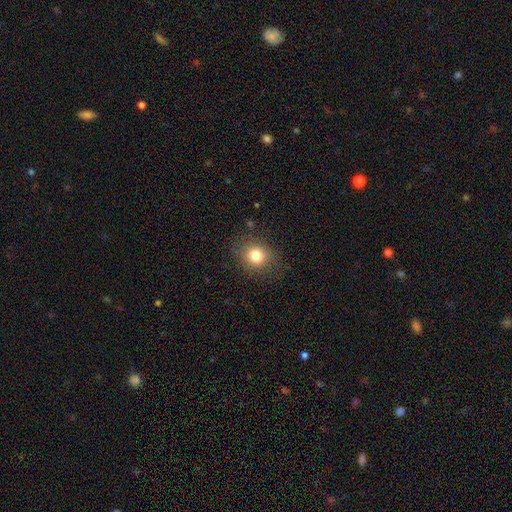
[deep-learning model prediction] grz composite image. It shows a smooth galaxy with no disk features (80%) that is round (71%). Merging: none (83%).